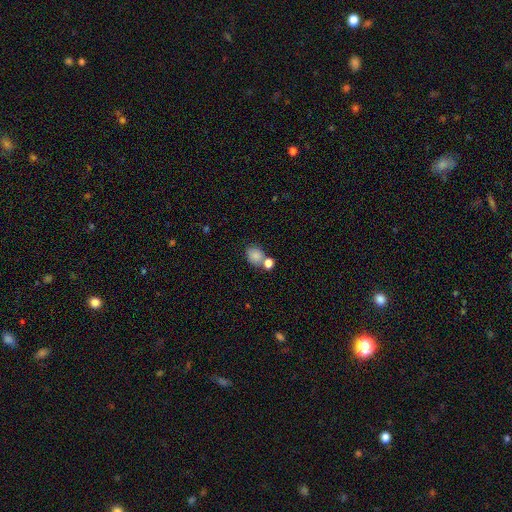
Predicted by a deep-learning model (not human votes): This appears to be a smooth galaxy with no disk features (84%) that is round (55%). Merging: none (49%).